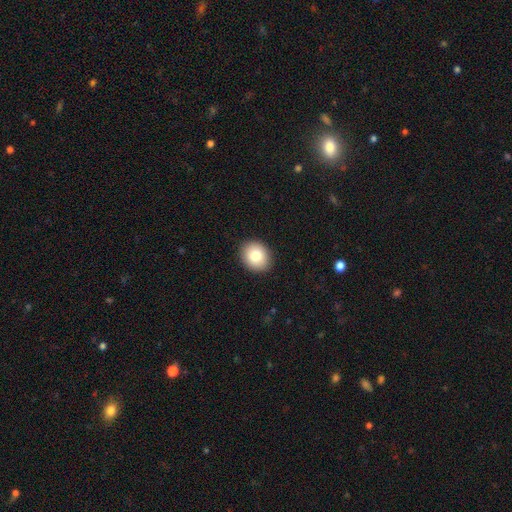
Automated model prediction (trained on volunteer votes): smooth_or_featured: smooth (p=0.83) [alt: featured or disk p=0.09]
how_rounded: round (p=0.61) [alt: in between p=0.38]
merging: none (p=0.91) [alt: minor disturbance p=0.06]